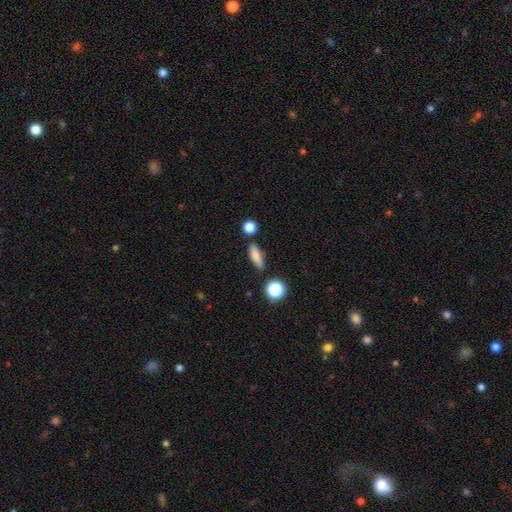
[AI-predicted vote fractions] A smooth galaxy with no disk features (75%) that is in between round and cigar-shaped (48%). Merging: none (81%).